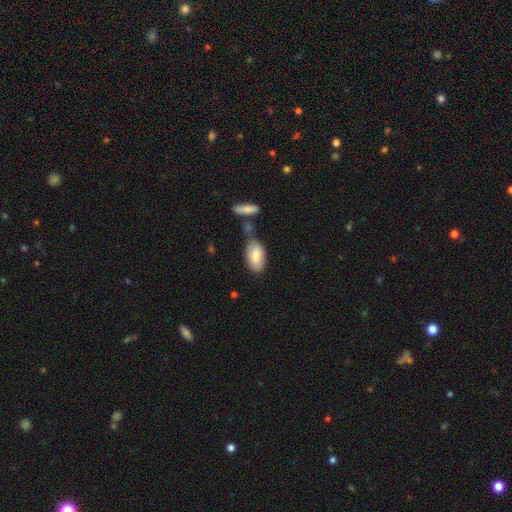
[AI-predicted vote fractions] smooth 79%, featured or disk 16%, star or artifact 6%. Down the decision tree: how rounded — in between (93%); merging — none (59%).